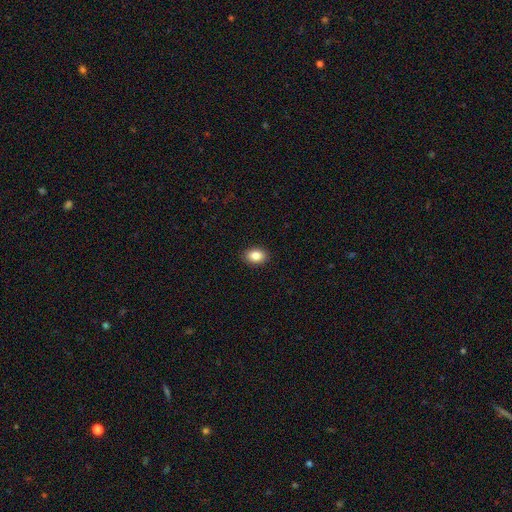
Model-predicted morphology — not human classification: The model was most divided on "how rounded": in between: 77%, round: 22%, cigar-shaped: 1%. More confident: merging — none (90%); smooth or featured — smooth (86%).